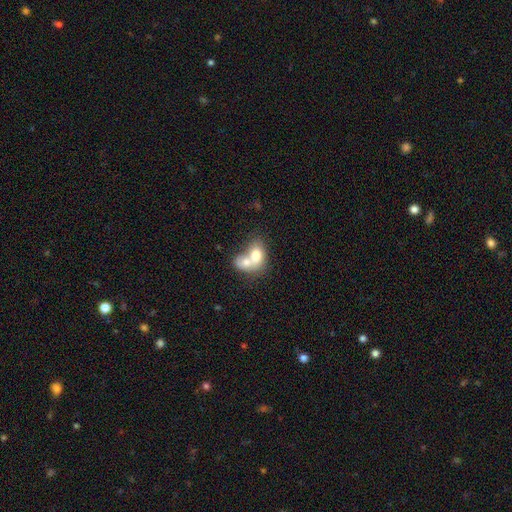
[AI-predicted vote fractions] smooth 69%, featured or disk 24%, star or artifact 7%. Down the decision tree: how rounded — in between (70%); merging — merger (76%).